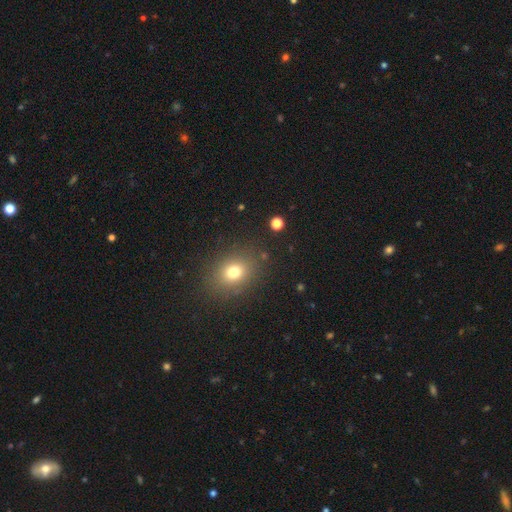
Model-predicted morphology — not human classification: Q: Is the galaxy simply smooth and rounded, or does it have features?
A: smooth — 69%.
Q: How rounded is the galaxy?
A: round — 55%.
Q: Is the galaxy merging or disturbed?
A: none — 89%.